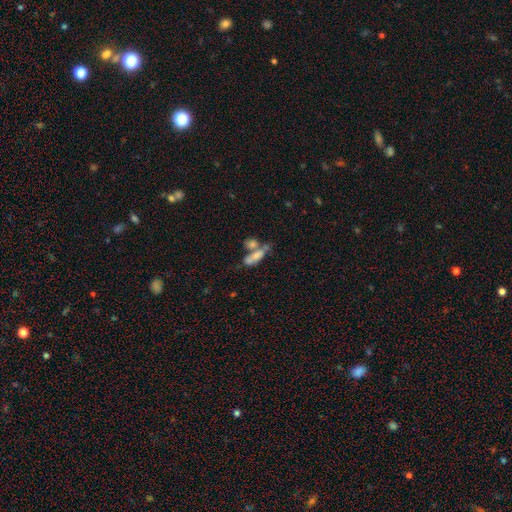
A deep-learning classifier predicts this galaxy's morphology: A smooth galaxy with no disk features (65%) that is in between round and cigar-shaped (68%). Merging: merger (50%).